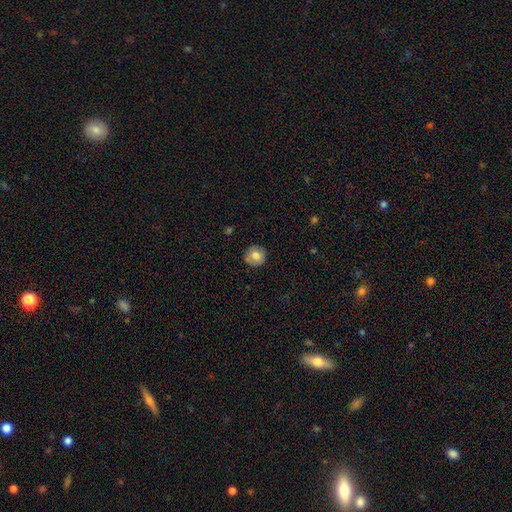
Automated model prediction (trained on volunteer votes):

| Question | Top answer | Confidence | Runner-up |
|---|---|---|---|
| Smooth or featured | smooth | 75% | featured or disk (17%) |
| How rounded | round | 93% | in between (6%) |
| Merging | none | 87% | minor disturbance (9%) |